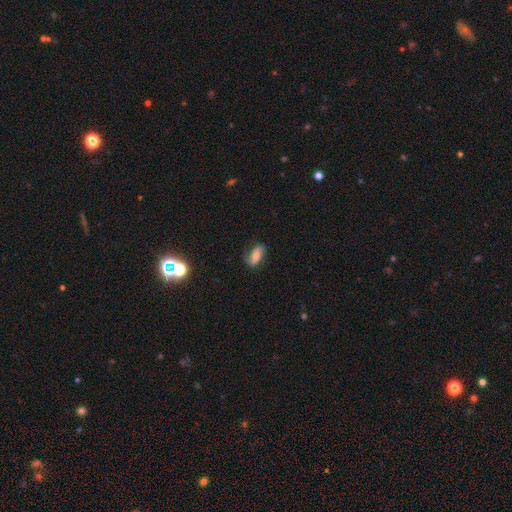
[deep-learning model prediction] Morphology: type=smooth (48%); merging=none (72%).